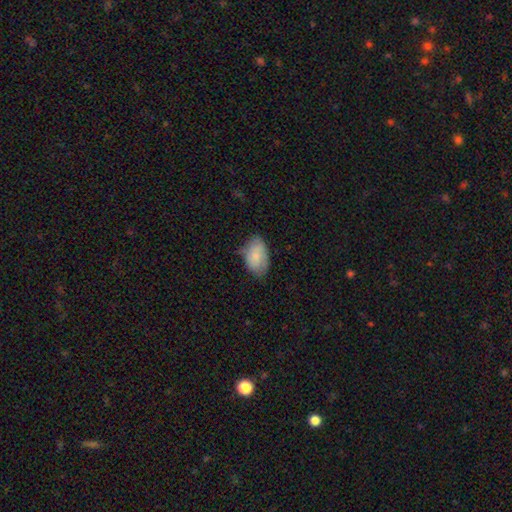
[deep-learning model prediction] Q: Smooth or featured?
A: smooth (74%); runner-up: featured or disk (19%)
Q: How rounded?
A: in between (91%); runner-up: round (7%)
Q: Merging?
A: none (56%); runner-up: minor disturbance (34%)